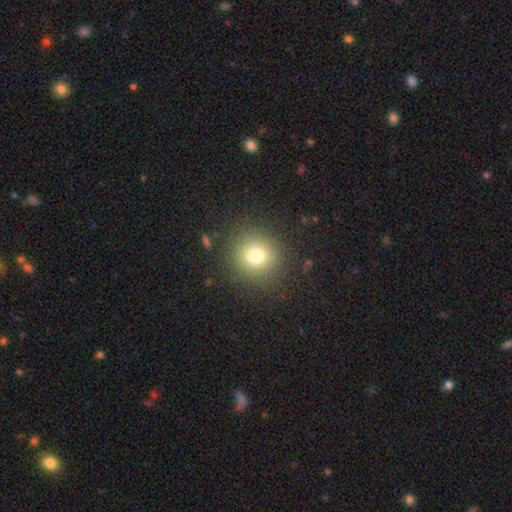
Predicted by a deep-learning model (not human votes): smooth-or-featured: smooth: 76% | star or artifact: 15% | featured or disk: 9%
  how-rounded: round: 91% | in between: 8% | cigar-shaped: 1%
  merging: none: 87% | minor disturbance: 8% | major disturbance: 4% | merger: 1%